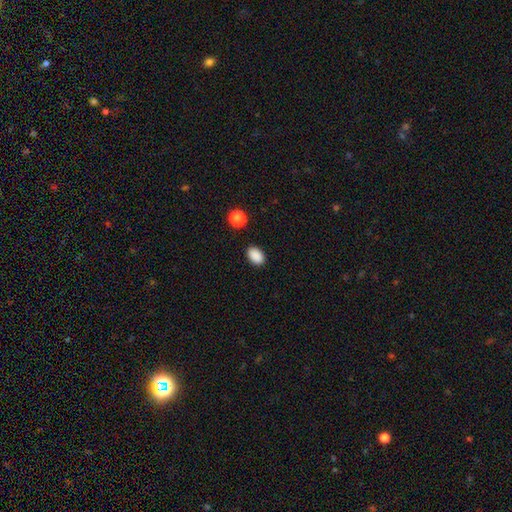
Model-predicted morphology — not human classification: smooth 89%, star or artifact 9%, featured or disk 3%. Down the decision tree: how rounded — in between (87%); merging — none (87%).